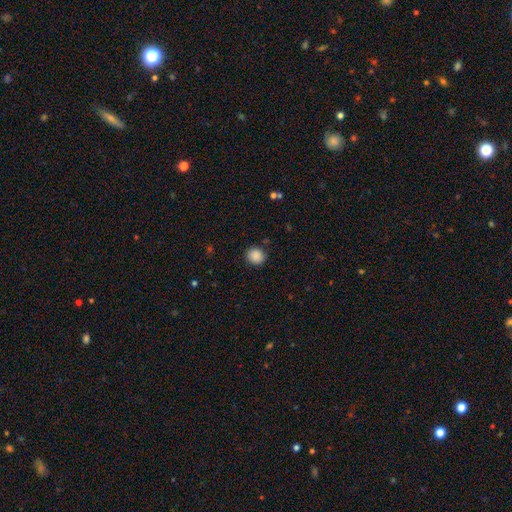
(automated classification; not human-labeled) A smooth galaxy with no disk features (88%) that is round (83%). Merging: none (88%).